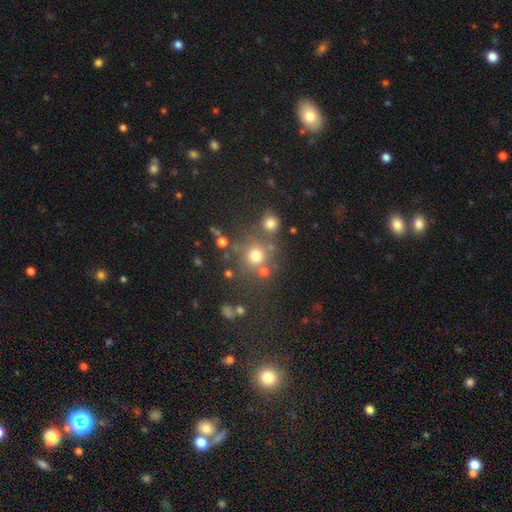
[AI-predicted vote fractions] Smooth or featured? Predicted: smooth (p=0.71). How rounded? Predicted: round (p=0.91). Merging? Predicted: none (p=0.69).